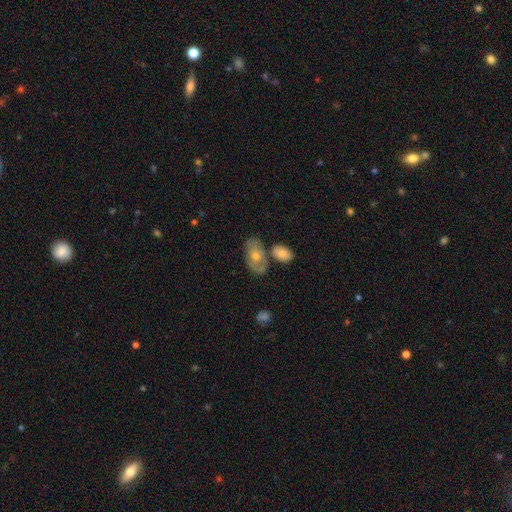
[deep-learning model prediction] Smooth or featured? featured or disk (49%)
Merging? none (59%)